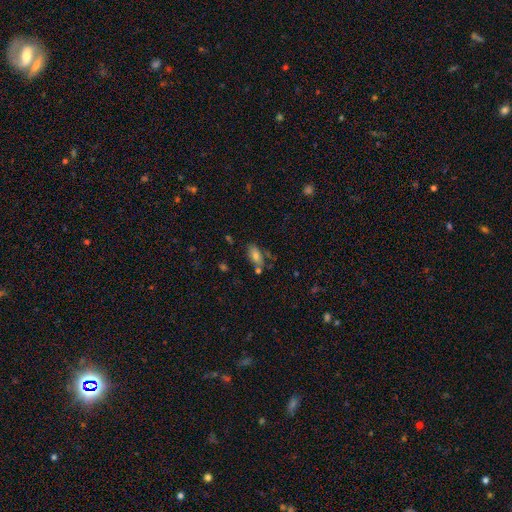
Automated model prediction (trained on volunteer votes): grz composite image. It shows a smooth galaxy with no disk features (75%) that is in between round and cigar-shaped (87%). Merging: none (64%).